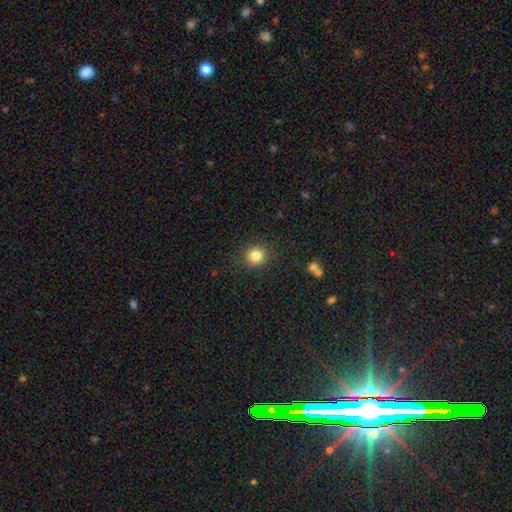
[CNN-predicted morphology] The model was most divided on "smooth or featured": smooth: 82%, star or artifact: 12%, featured or disk: 6%. More confident: merging — none (89%); how rounded — round (88%).